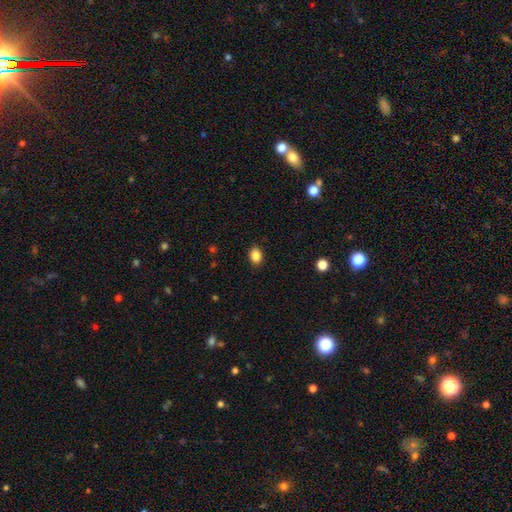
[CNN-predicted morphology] smooth-or-featured: smooth: 87% | star or artifact: 9% | featured or disk: 4%
  how-rounded: in between: 71% | round: 28% | cigar-shaped: 1%
  merging: none: 89% | minor disturbance: 8% | major disturbance: 2% | merger: 1%